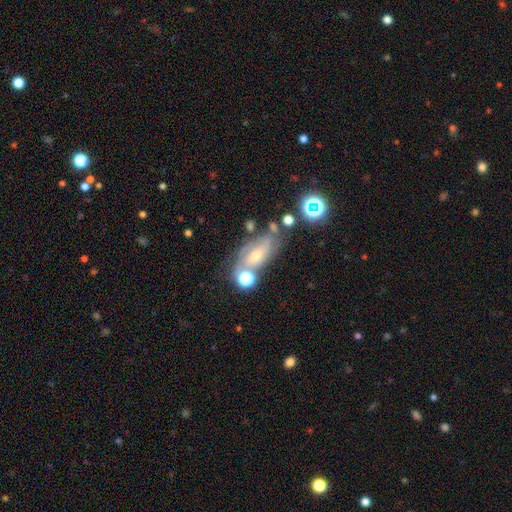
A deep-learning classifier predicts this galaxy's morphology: featured or disk 62%, smooth 22%, star or artifact 16%. Down the decision tree: edge-on disk — no (89%); bar — no (60%); spiral arms — yes (83%); bulge size — small (53%); merging — none (52%).